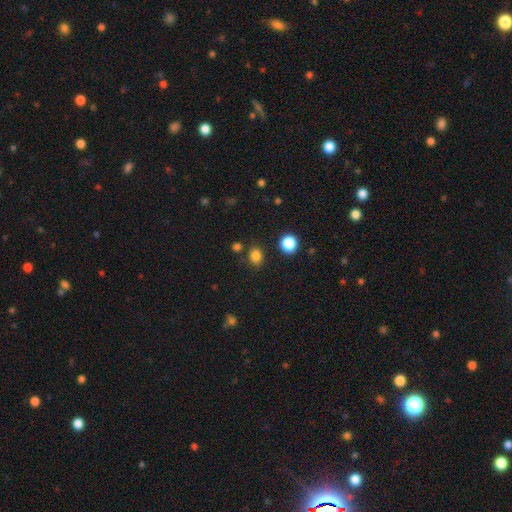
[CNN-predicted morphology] Smooth or featured? Predicted: smooth (p=0.82). How rounded? Predicted: round (p=0.59). Merging? Predicted: none (p=0.81).